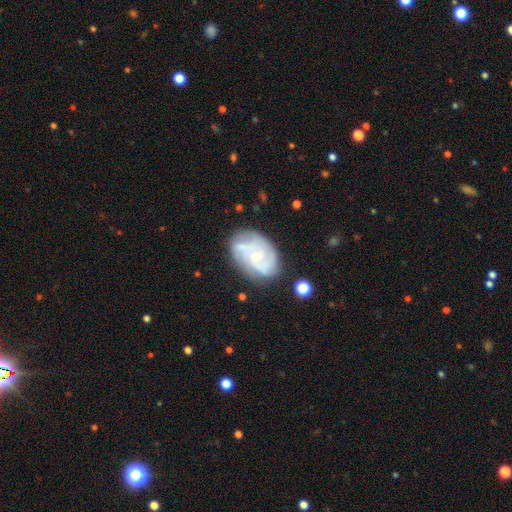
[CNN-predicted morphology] Smooth or featured? Predicted: featured or disk (p=0.71). Edge-on disk? Predicted: no (p=0.97). Bar? Predicted: no (p=0.69). Spiral arms? Predicted: yes (p=0.84). Spiral winding? Predicted: tight (p=0.44). Spiral arm count? Predicted: can't tell (p=0.34). Bulge size? Predicted: small (p=0.68). Merging? Predicted: none (p=0.65).